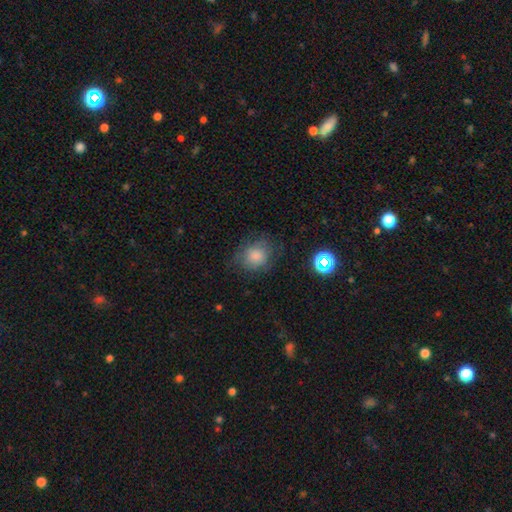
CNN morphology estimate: smooth-or-featured: smooth: 72% | star or artifact: 15% | featured or disk: 13%
  how-rounded: round: 74% | in between: 25% | cigar-shaped: 1%
  merging: none: 71% | minor disturbance: 19% | major disturbance: 8% | merger: 2%